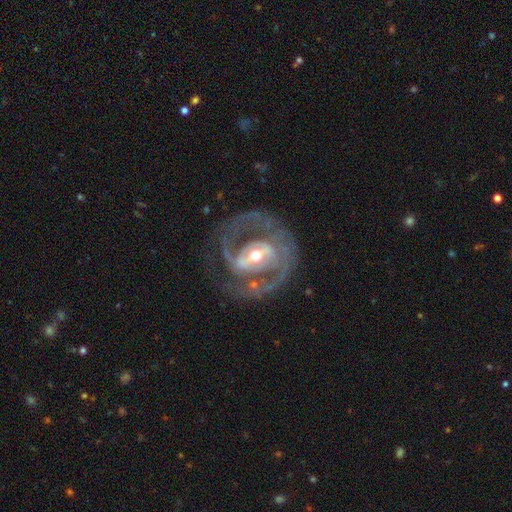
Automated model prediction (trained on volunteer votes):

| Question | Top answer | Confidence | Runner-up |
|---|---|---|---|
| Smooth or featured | featured or disk | 89% | smooth (6%) |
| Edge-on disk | no | 97% | yes (3%) |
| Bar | strong | 44% | weak (38%) |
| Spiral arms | yes | 92% | no (8%) |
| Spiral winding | medium | 51% | tight (33%) |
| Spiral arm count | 2 | 79% | can't tell (7%) |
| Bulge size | moderate | 66% | small (26%) |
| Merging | none | 69% | minor disturbance (15%) |